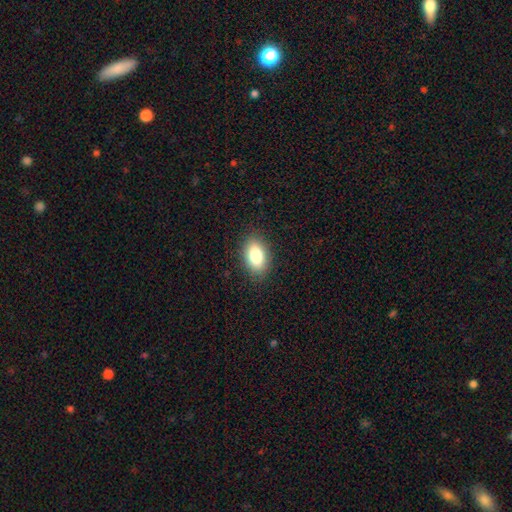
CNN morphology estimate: This appears to be a smooth galaxy with no disk features (83%) that is in between round and cigar-shaped (90%). Merging: none (87%).